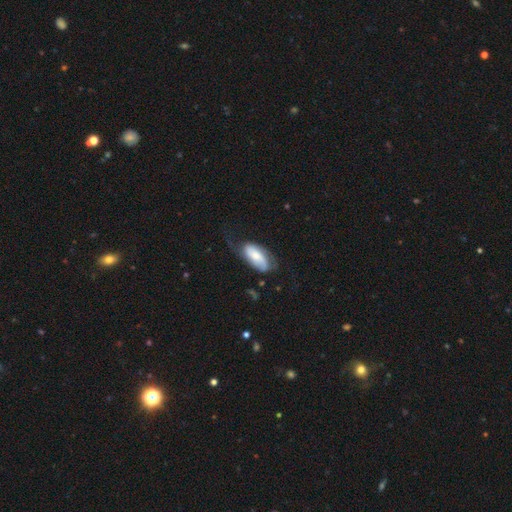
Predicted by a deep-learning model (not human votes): smooth 52%, featured or disk 42%, star or artifact 6%. Down the decision tree: how rounded — in between (88%); merging — none (46%).